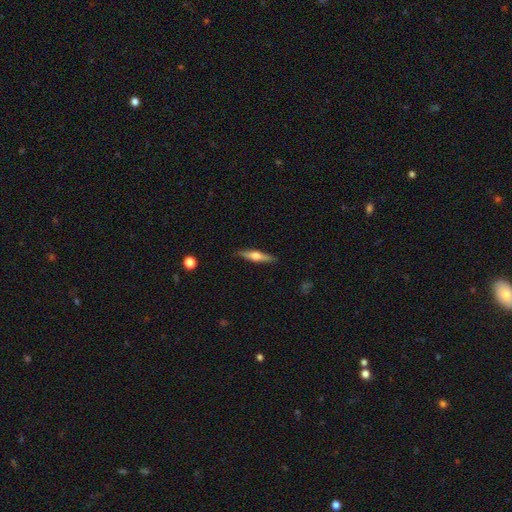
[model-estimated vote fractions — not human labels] This appears to be a featured or disk galaxy (57%) viewed edge-on (96%) with a rounded central bulge (89%). Merging: none (88%).